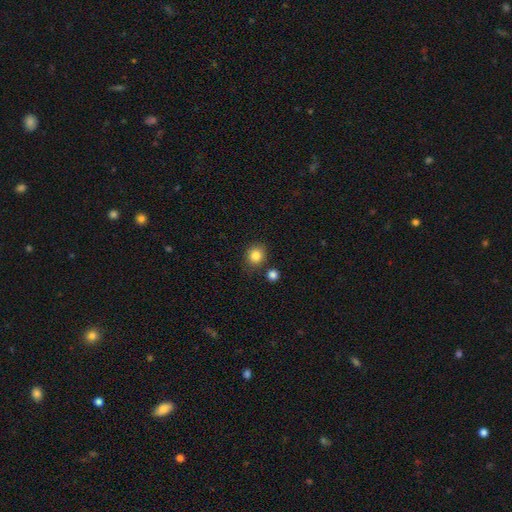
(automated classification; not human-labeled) This appears to be a smooth galaxy with no disk features (84%) that is round (82%). Merging: none (80%).